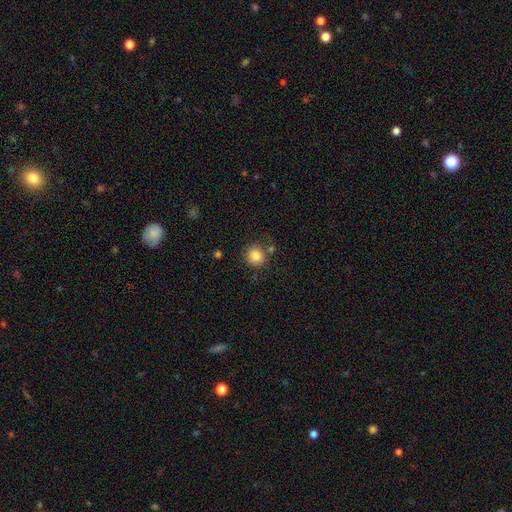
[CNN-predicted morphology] Smooth or featured? Predicted: smooth (p=0.84). How rounded? Predicted: round (p=0.85). Merging? Predicted: none (p=0.74).